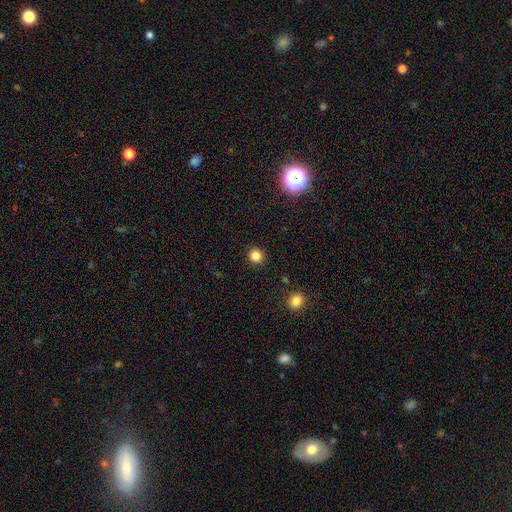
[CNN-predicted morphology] Overall: smooth (83%). How rounded: round (93%). Merging: none (91%).